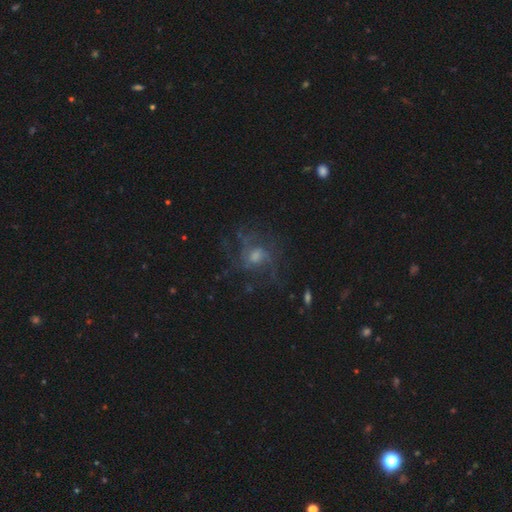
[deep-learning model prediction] Smooth or featured? Predicted: featured or disk (p=0.62). Edge-on disk? Predicted: no (p=0.97). Bar? Predicted: no (p=0.66). Spiral arms? Predicted: yes (p=0.76). Bulge size? Predicted: moderate (p=0.48). Merging? Predicted: none (p=0.58).